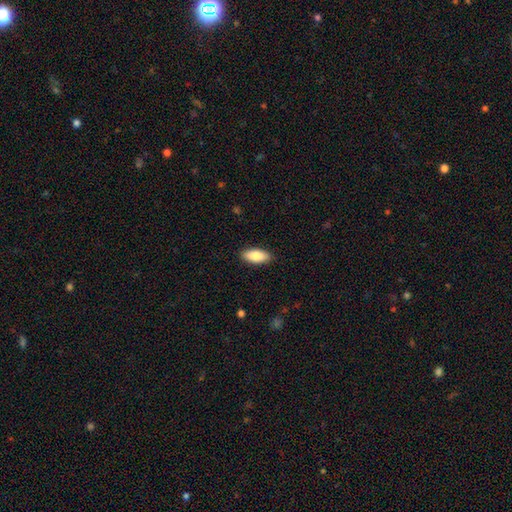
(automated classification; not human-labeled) A smooth galaxy with no disk features (82%) that is in between round and cigar-shaped (84%).

Vote fractions:
- Smooth or featured? smooth: 82% / featured or disk: 12% / star or artifact: 6%
- How rounded? in between: 84% / cigar-shaped: 14% / round: 2%
- Merging? none: 89% / minor disturbance: 8% / major disturbance: 2% / merger: 1%